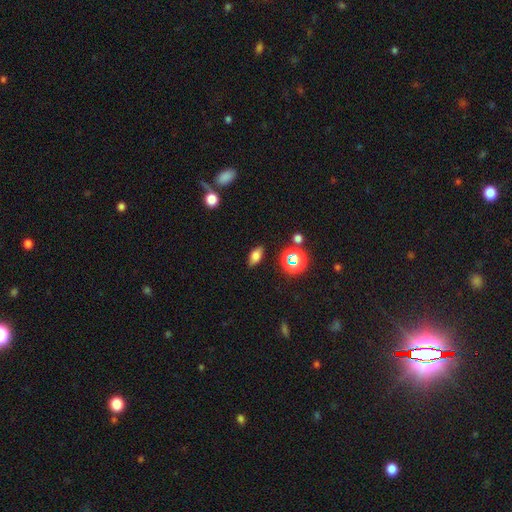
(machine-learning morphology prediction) Smooth or featured? Predicted: smooth (p=0.73). How rounded? Predicted: in between (p=0.82). Merging? Predicted: none (p=0.85).